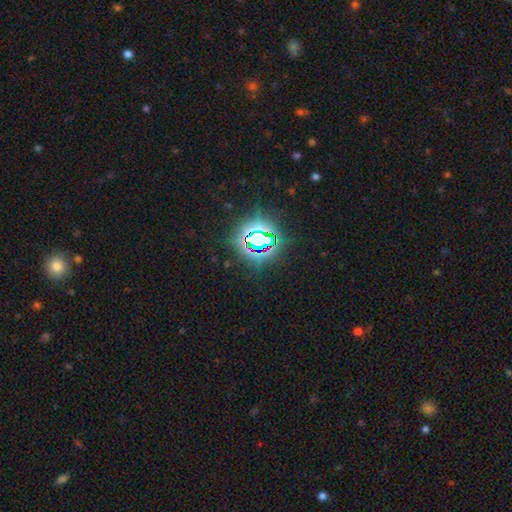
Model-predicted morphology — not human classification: This appears to be a star or artifact, not a galaxy (81%).